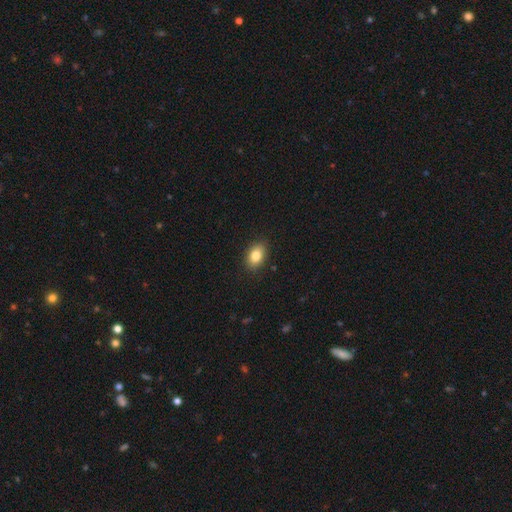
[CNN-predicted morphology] Q: Smooth or featured?
A: smooth (84%); runner-up: star or artifact (8%)
Q: How rounded?
A: in between (84%); runner-up: round (15%)
Q: Merging?
A: none (88%); runner-up: minor disturbance (9%)